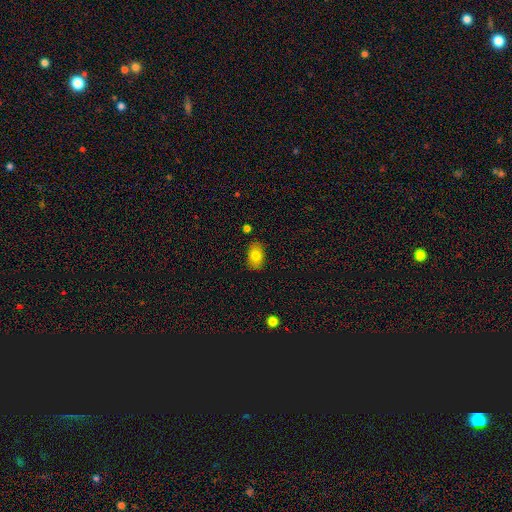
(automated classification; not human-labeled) A smooth galaxy with no disk features (79%) that is in between round and cigar-shaped (86%).

Vote fractions:
- Smooth or featured? smooth: 79% / featured or disk: 13% / star or artifact: 8%
- How rounded? in between: 86% / round: 12% / cigar-shaped: 1%
- Merging? none: 85% / minor disturbance: 11% / major disturbance: 2% / merger: 2%